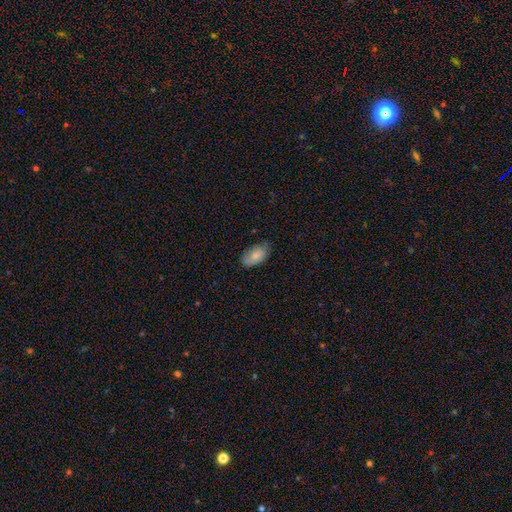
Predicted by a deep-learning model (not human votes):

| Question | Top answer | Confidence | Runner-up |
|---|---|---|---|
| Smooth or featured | smooth | 78% | featured or disk (15%) |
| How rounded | in between | 94% | round (4%) |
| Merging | none | 72% | minor disturbance (23%) |